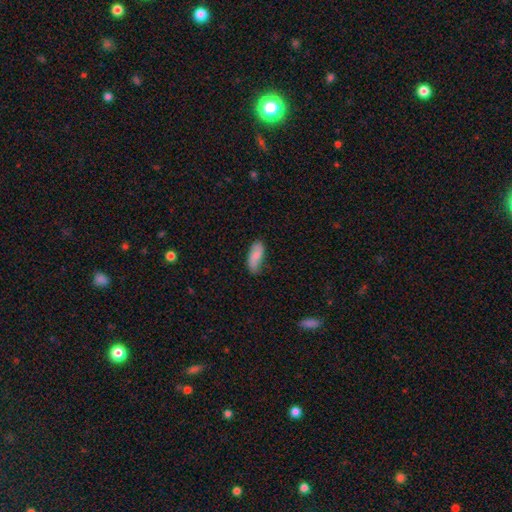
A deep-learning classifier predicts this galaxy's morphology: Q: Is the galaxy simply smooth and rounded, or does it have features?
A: smooth — 79%.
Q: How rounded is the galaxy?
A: in between — 80%.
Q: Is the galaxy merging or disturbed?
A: none — 65%.